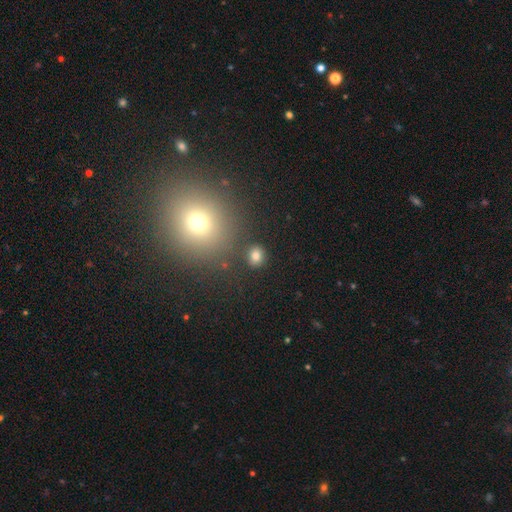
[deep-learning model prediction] This is clearly a smooth galaxy (80%). How rounded: likely round (71%). Merging: clearly none (85%).